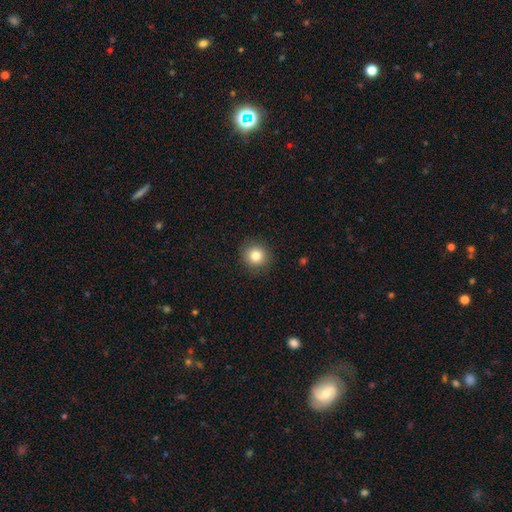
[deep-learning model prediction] smooth-or-featured: smooth: 83% | star or artifact: 10% | featured or disk: 7%
  how-rounded: round: 91% | in between: 8% | cigar-shaped: 1%
  merging: none: 90% | minor disturbance: 7% | major disturbance: 2% | merger: 1%